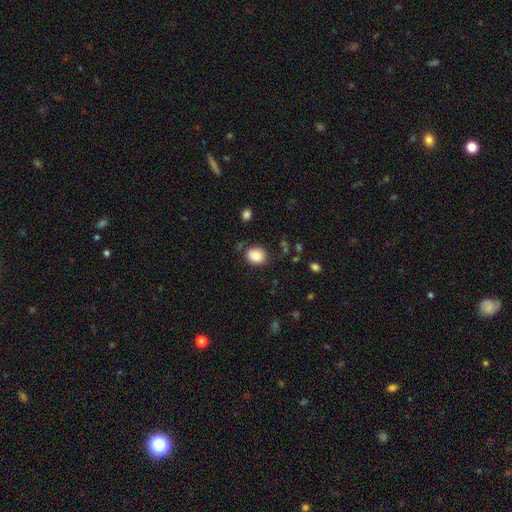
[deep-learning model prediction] smooth_or_featured: smooth (p=0.86) [alt: star or artifact p=0.08]
how_rounded: round (p=0.57) [alt: in between p=0.42]
merging: none (p=0.78) [alt: minor disturbance p=0.14]